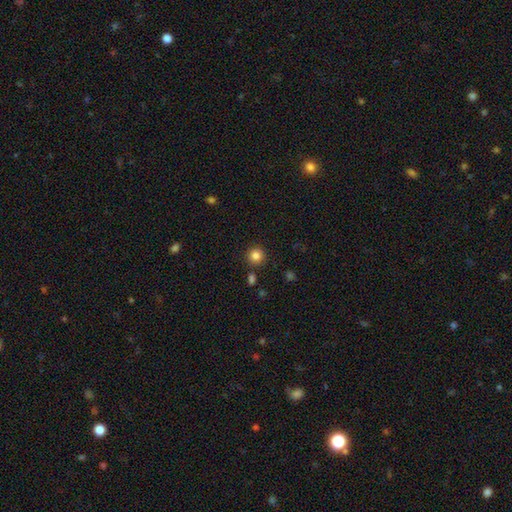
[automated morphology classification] Q: Smooth or featured?
A: smooth (84%); runner-up: star or artifact (12%)
Q: How rounded?
A: round (94%); runner-up: in between (5%)
Q: Merging?
A: none (88%); runner-up: minor disturbance (6%)